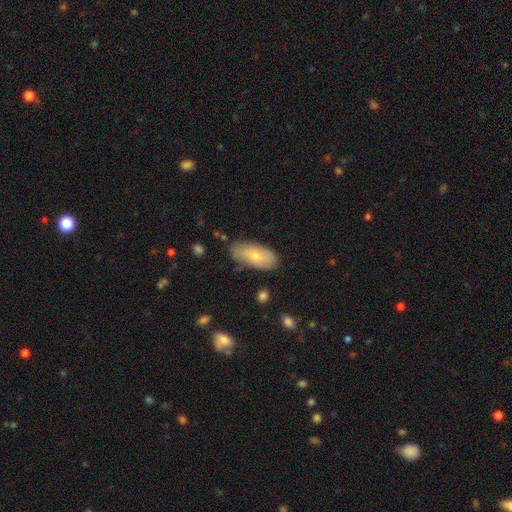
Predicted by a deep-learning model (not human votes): Overall: smooth (67%; featured or disk 27%). How rounded: in between (89%). Merging: none (75%).